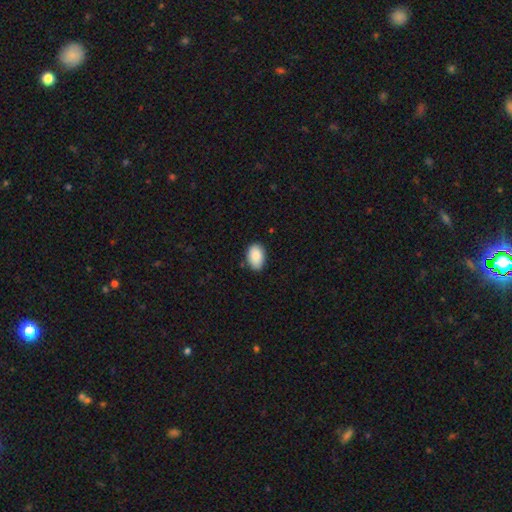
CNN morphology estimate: smooth_or_featured: smooth (p=0.88) [alt: star or artifact p=0.07]
how_rounded: in between (p=0.90) [alt: round p=0.09]
merging: none (p=0.84) [alt: minor disturbance p=0.13]